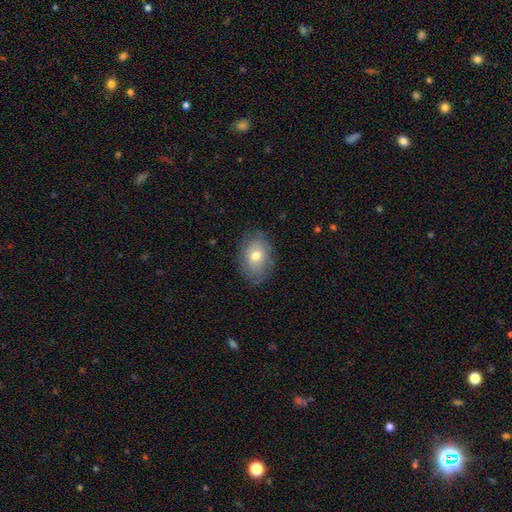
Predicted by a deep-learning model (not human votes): Smooth or featured?
  - smooth: 63% *
  - featured or disk: 28%
  - star or artifact: 9%
How rounded?
  - in between: 76% *
  - round: 23%
  - cigar-shaped: 1%
Merging?
  - none: 75% *
  - minor disturbance: 18%
  - major disturbance: 5%
  - merger: 1%